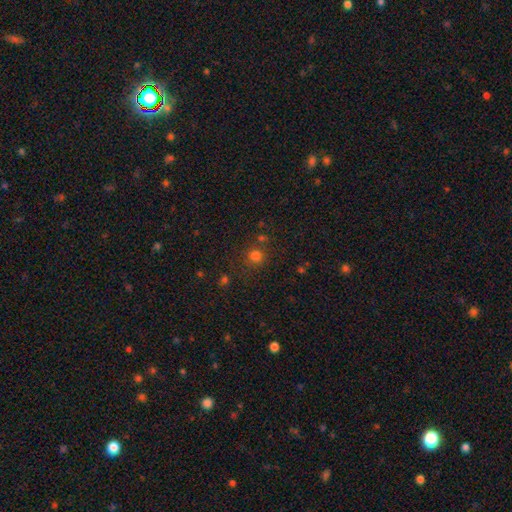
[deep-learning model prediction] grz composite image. It shows a smooth galaxy with no disk features (74%) that is round (90%). Merging: none (75%).